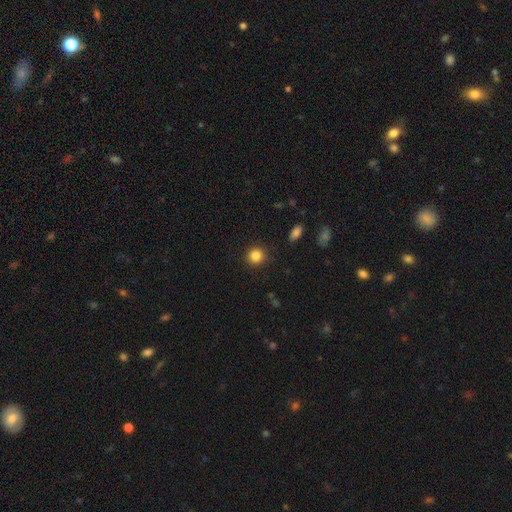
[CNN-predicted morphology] Smooth or featured?
  - smooth: 85% *
  - star or artifact: 11%
  - featured or disk: 4%
How rounded?
  - round: 92% *
  - in between: 7%
  - cigar-shaped: 1%
Merging?
  - none: 91% *
  - minor disturbance: 6%
  - major disturbance: 2%
  - merger: 1%